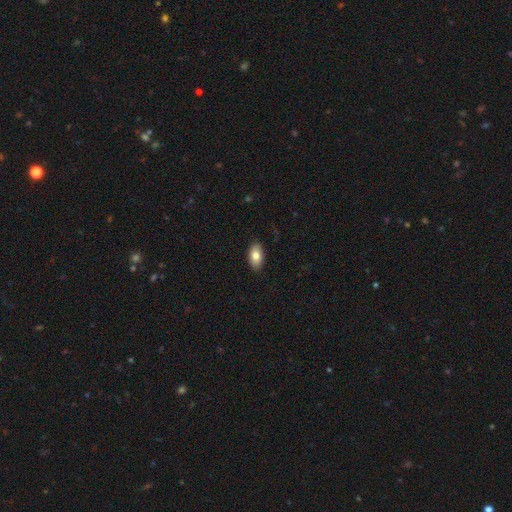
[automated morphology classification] smooth 81%, featured or disk 12%, star or artifact 7%. Down the decision tree: how rounded — in between (93%); merging — none (89%).